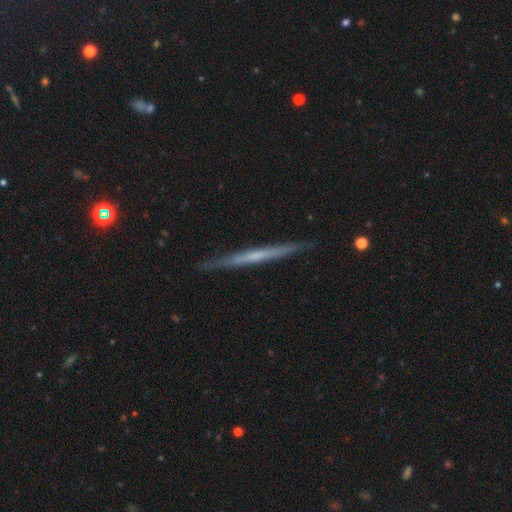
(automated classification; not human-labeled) Q: Smooth or featured?
A: featured or disk (57%); runner-up: smooth (37%)
Q: Edge-on disk?
A: yes (97%); runner-up: no (3%)
Q: Edge-on bulge?
A: none (84%); runner-up: rounded (11%)
Q: Merging?
A: none (89%); runner-up: minor disturbance (8%)